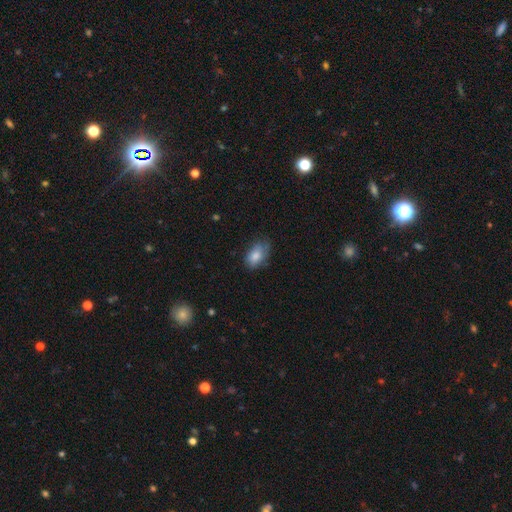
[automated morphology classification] type=smooth (80%); roundness=in between (90%); merging=none (63%).